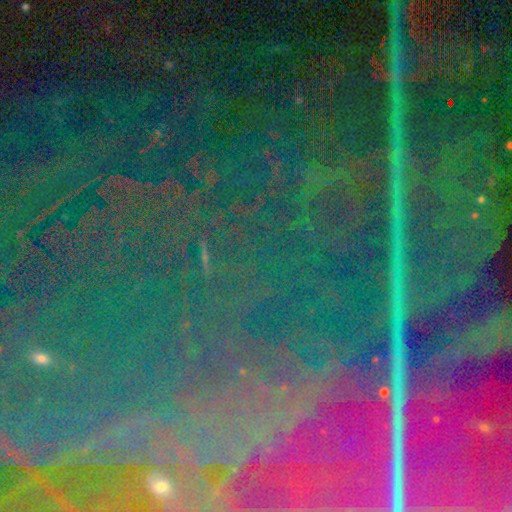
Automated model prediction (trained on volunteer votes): A star or artifact, not a galaxy (86%).